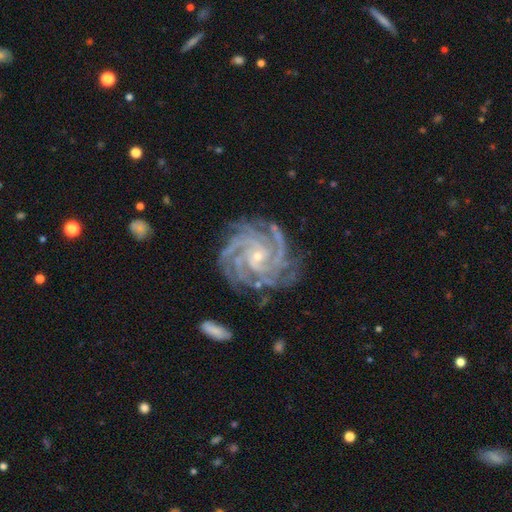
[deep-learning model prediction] smooth-or-featured: featured or disk: 92% | star or artifact: 5% | smooth: 3%
  disk-edge-on: no: 98% | yes: 2%
    bar: no: 60% | weak: 27% | strong: 13%
    has-spiral-arms: yes: 99% | no: 1%
      spiral-winding: tight: 78% | medium: 20% | loose: 2%
      spiral-arm-count: 4: 36% | more than 4: 25% | 3: 14% | can't tell: 10% | 2: 8% | 1: 7%
    bulge-size: small: 79% | moderate: 17% | none: 2% | large: 1% | dominant: 1%
  merging: none: 79% | minor disturbance: 14% | major disturbance: 5% | merger: 2%